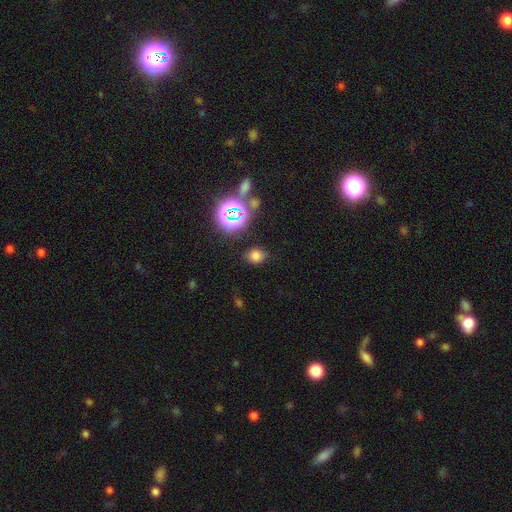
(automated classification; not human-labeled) A smooth galaxy with no disk features (69%) that is round (52%).

Vote fractions:
- Smooth or featured? smooth: 69% / star or artifact: 24% / featured or disk: 7%
- How rounded? round: 52% / in between: 47% / cigar-shaped: 1%
- Merging? none: 80% / minor disturbance: 13% / major disturbance: 4% / merger: 3%